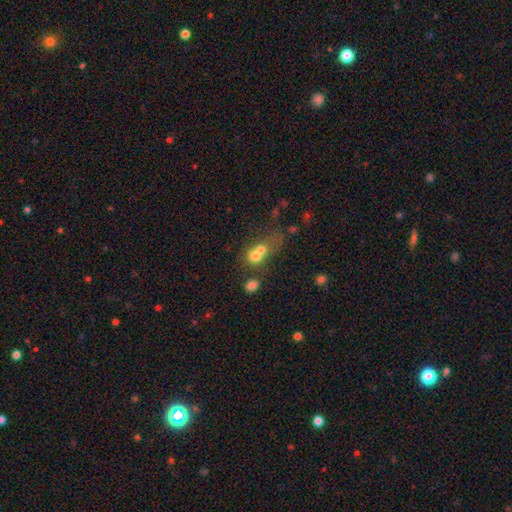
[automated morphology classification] smooth 66%, featured or disk 21%, star or artifact 13%. Down the decision tree: how rounded — round (66%); merging — merger (69%).